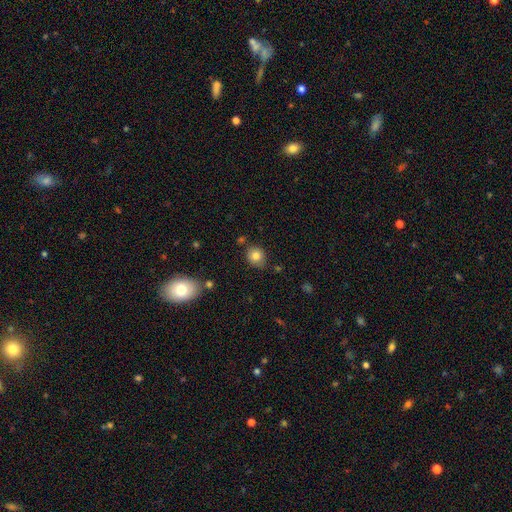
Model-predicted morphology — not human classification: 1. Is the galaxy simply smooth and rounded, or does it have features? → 81% smooth, 10% star or artifact, 9% featured or disk.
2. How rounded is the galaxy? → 75% round, 24% in between, 1% cigar-shaped.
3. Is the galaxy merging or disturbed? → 78% none, 14% minor disturbance, 4% merger, 3% major disturbance.